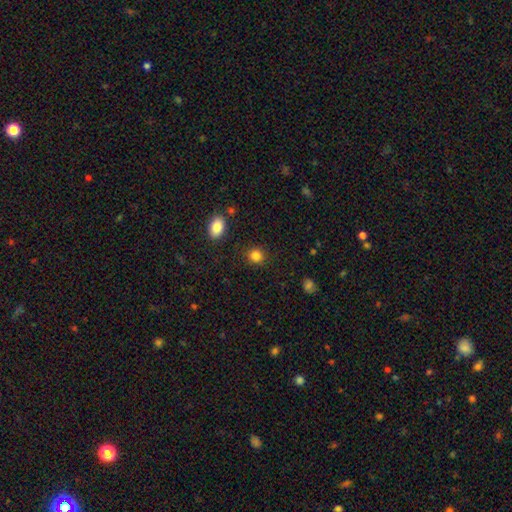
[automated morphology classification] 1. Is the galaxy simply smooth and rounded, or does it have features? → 85% smooth, 11% star or artifact, 4% featured or disk.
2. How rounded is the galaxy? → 84% round, 15% in between, 1% cigar-shaped.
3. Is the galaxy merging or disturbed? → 89% none, 7% minor disturbance, 2% major disturbance, 2% merger.